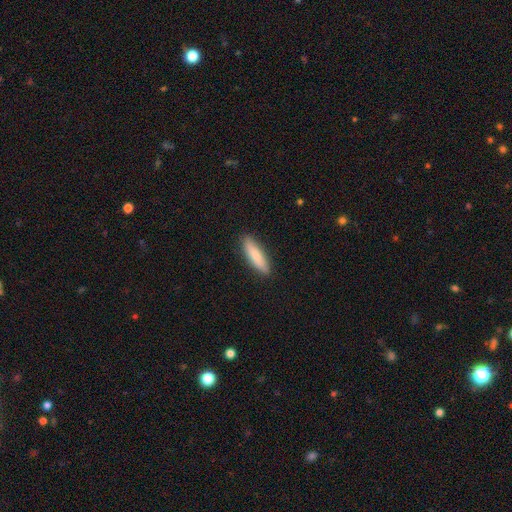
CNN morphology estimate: Smooth or featured?
  - smooth: 80% *
  - featured or disk: 15%
  - star or artifact: 5%
How rounded?
  - cigar-shaped: 68% *
  - in between: 30%
  - round: 2%
Merging?
  - none: 89% *
  - minor disturbance: 8%
  - major disturbance: 2%
  - merger: 1%